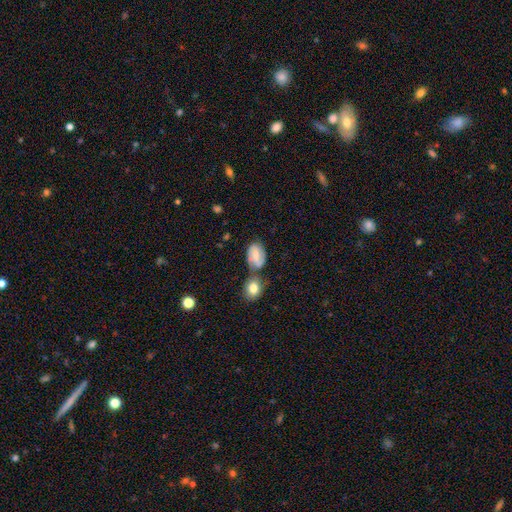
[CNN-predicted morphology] smooth_or_featured: smooth (p=0.51) [alt: featured or disk p=0.40]
how_rounded: in between (p=0.83) [alt: round p=0.15]
merging: none (p=0.48) [alt: merger p=0.27]